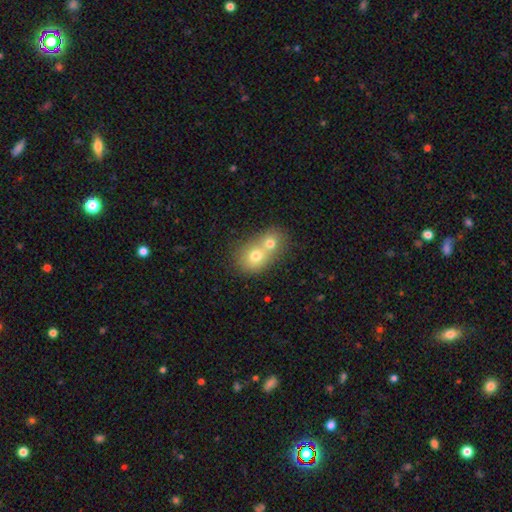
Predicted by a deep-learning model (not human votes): Smooth or featured?
  - smooth: 69% *
  - featured or disk: 20%
  - star or artifact: 11%
How rounded?
  - round: 65% *
  - in between: 34%
  - cigar-shaped: 1%
Merging?
  - merger: 70% *
  - none: 22%
  - minor disturbance: 5%
  - major disturbance: 2%